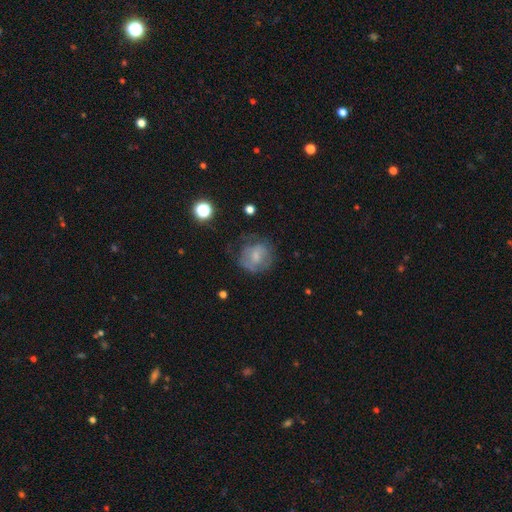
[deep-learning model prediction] smooth 53%, featured or disk 36%, star or artifact 11%. Down the decision tree: how rounded — round (76%); merging — none (56%).